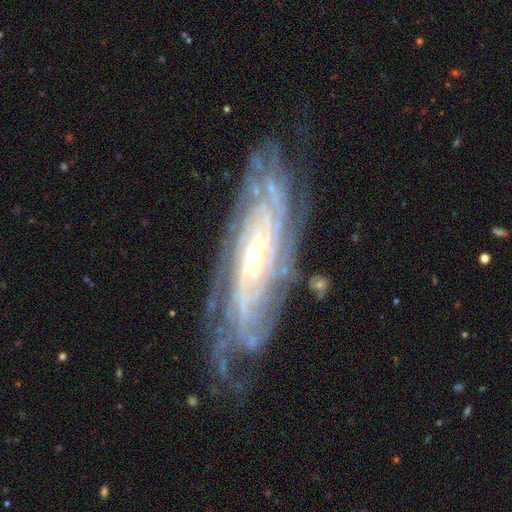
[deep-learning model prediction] Overall: featured or disk (89%). Edge-on disk: no (87%). Bar: no (63%; weak 25%). Spiral arms: yes (97%). Spiral arm count: can't tell (32%; more than 4 26%). Spiral winding: tight (80%). Bulge size: small (72%). Merging: none (76%).